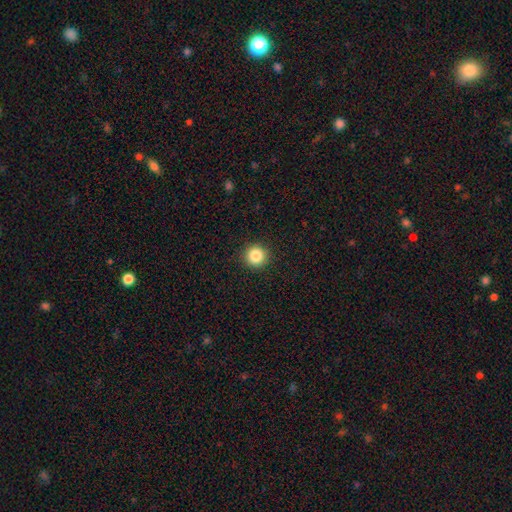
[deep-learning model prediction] Overall: smooth (85%). How rounded: round (95%). Merging: none (93%).